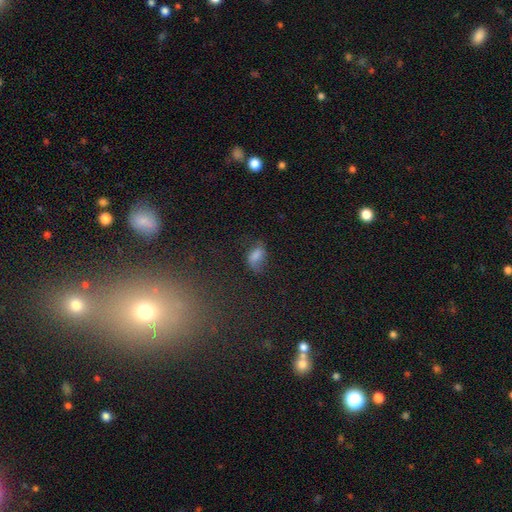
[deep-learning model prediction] Morphology: type=smooth (60%); roundness=in between (84%); merging=none (50%).